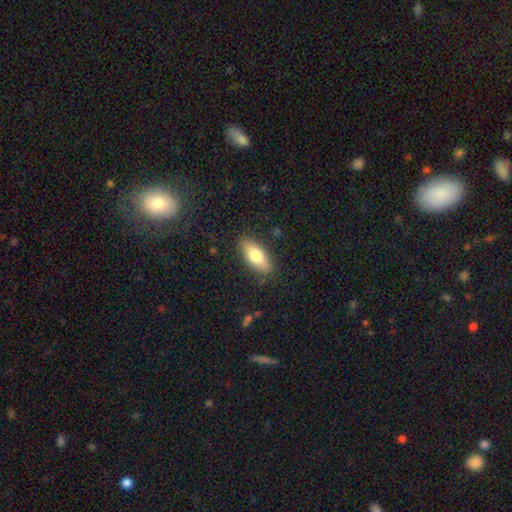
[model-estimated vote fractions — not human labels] The model was most divided on "smooth or featured": smooth: 75%, featured or disk: 19%, star or artifact: 7%. More confident: merging — none (86%); how rounded — in between (78%).